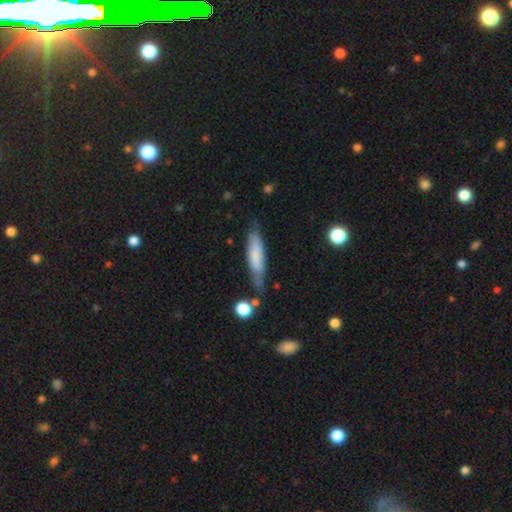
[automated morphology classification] Smooth or featured? smooth (68%)
How rounded? cigar-shaped (75%)
Merging? none (62%)